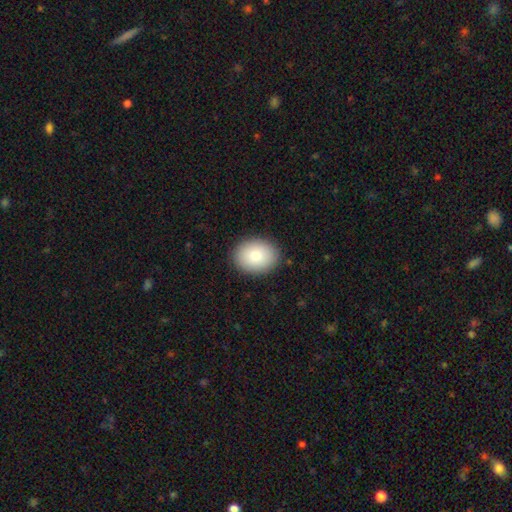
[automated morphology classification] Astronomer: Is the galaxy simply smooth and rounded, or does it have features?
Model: smooth — 84%.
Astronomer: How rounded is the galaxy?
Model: in between — 62%.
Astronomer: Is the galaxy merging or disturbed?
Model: none — 89%.